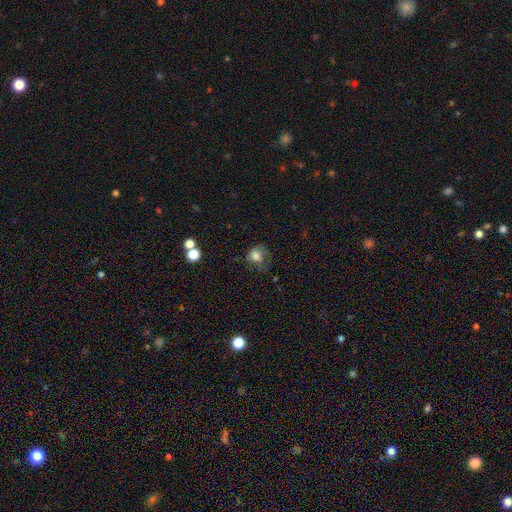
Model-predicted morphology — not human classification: Q: Smooth or featured?
A: smooth (74%); runner-up: featured or disk (14%)
Q: How rounded?
A: round (64%); runner-up: in between (35%)
Q: Merging?
A: none (41%); runner-up: minor disturbance (30%)